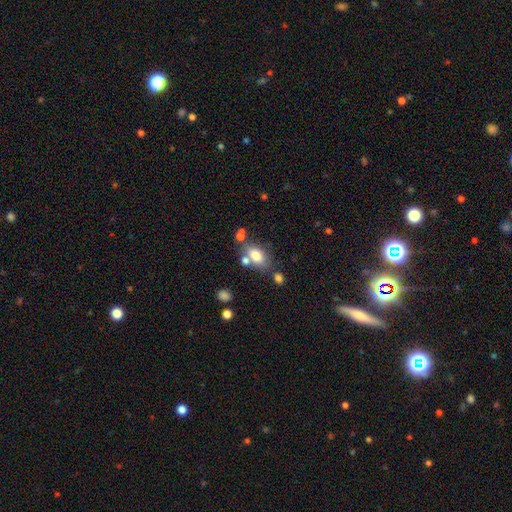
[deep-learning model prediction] A smooth galaxy with no disk features (77%) that is in between round and cigar-shaped (85%).

Vote fractions:
- Smooth or featured? smooth: 77% / featured or disk: 14% / star or artifact: 9%
- How rounded? in between: 85% / round: 12% / cigar-shaped: 3%
- Merging? none: 57% / merger: 21% / minor disturbance: 15% / major disturbance: 6%